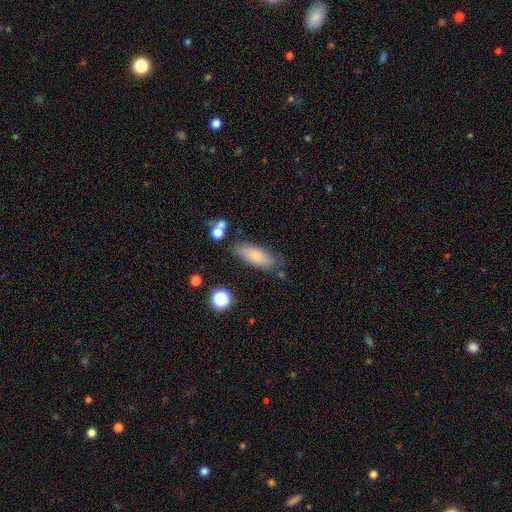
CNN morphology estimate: Smooth or featured?
  - smooth: 71% *
  - featured or disk: 21%
  - star or artifact: 8%
How rounded?
  - in between: 67% *
  - cigar-shaped: 30%
  - round: 3%
Merging?
  - none: 72% *
  - minor disturbance: 18%
  - merger: 5%
  - major disturbance: 5%